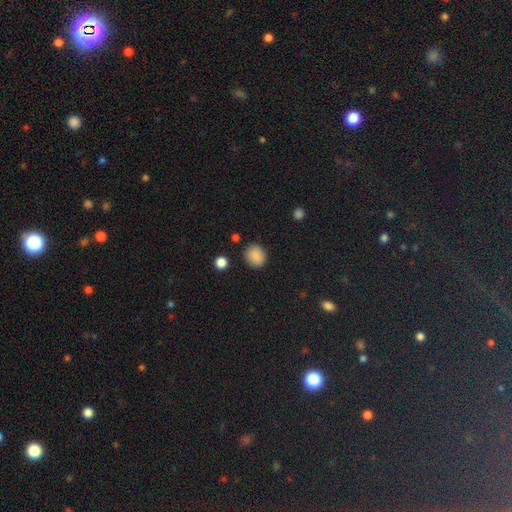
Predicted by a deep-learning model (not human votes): Morphology: type=smooth (87%); roundness=round (82%); merging=none (87%).